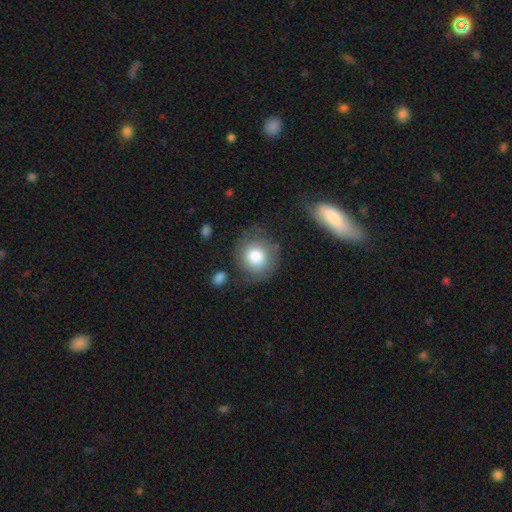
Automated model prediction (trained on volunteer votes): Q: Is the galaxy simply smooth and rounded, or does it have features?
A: smooth — 77%.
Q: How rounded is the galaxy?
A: round — 87%.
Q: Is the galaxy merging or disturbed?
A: none — 73%.